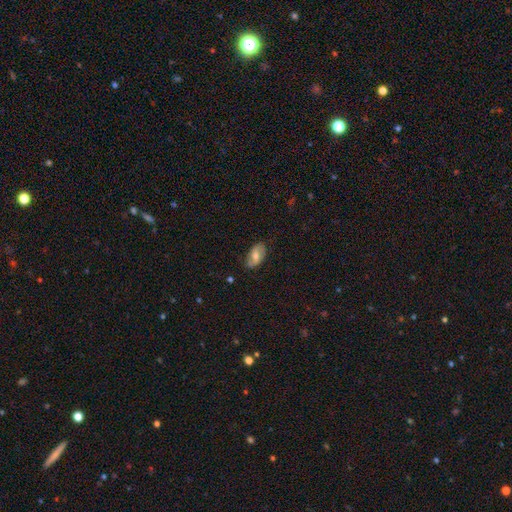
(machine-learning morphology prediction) This appears to be a smooth galaxy with no disk features (50%) that is in between round and cigar-shaped (92%). Merging: none (75%).